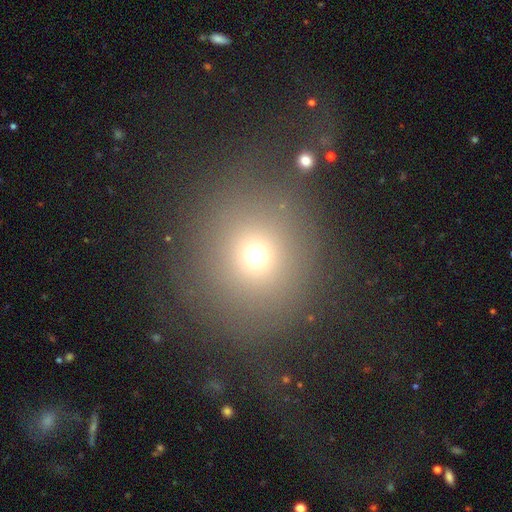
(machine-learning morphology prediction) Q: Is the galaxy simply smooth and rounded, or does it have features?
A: smooth — 68%.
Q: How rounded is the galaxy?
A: round — 88%.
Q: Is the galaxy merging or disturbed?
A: none — 77%.